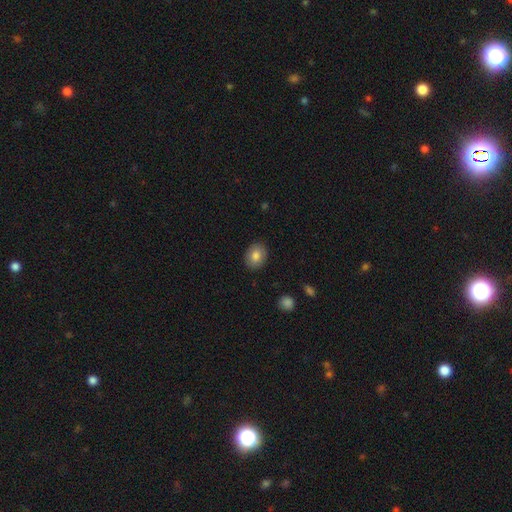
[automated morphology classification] Smooth or featured? smooth (81%)
How rounded? in between (63%)
Merging? none (88%)